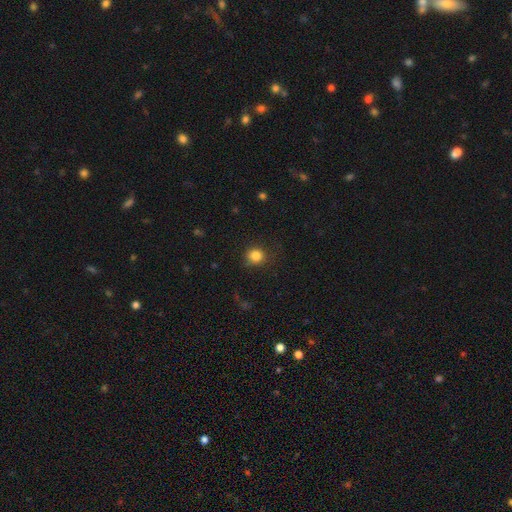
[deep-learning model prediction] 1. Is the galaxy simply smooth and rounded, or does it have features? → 84% smooth, 11% star or artifact, 5% featured or disk.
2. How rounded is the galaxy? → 87% round, 12% in between, 1% cigar-shaped.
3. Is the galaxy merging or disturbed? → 82% none, 12% minor disturbance, 5% major disturbance, 1% merger.